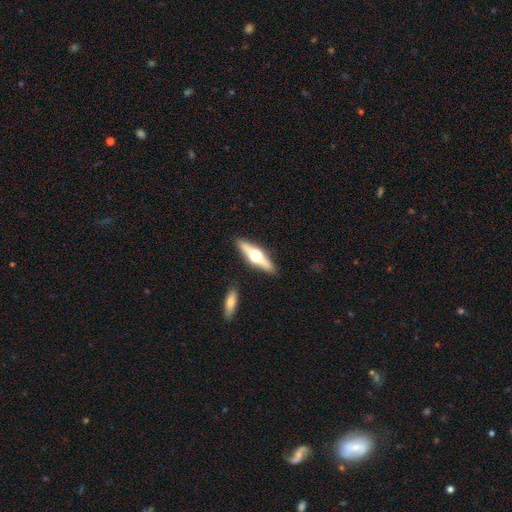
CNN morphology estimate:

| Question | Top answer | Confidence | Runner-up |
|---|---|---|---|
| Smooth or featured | featured or disk | 67% | smooth (27%) |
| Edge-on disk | yes | 96% | no (4%) |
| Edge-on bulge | rounded | 96% | boxy (3%) |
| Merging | none | 88% | minor disturbance (7%) |